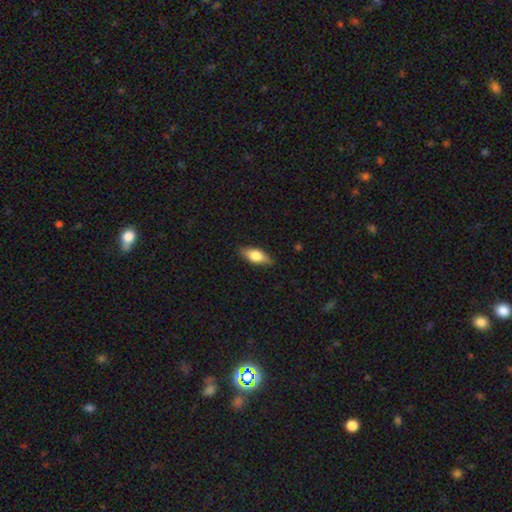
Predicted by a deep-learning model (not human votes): Q: Smooth or featured?
A: smooth (67%); runner-up: featured or disk (26%)
Q: How rounded?
A: in between (77%); runner-up: cigar-shaped (19%)
Q: Merging?
A: none (86%); runner-up: minor disturbance (11%)